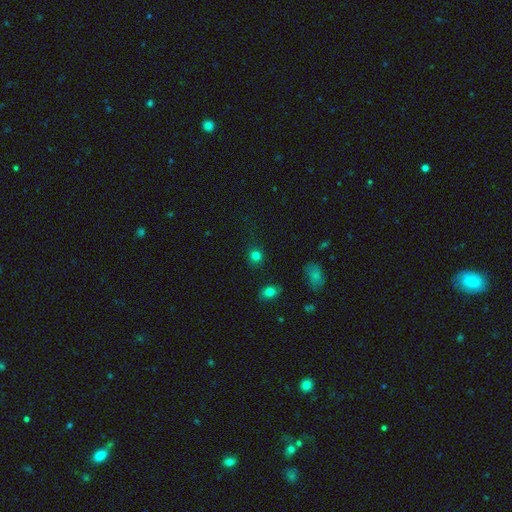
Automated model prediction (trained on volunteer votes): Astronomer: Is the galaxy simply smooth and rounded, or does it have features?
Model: smooth — 80%.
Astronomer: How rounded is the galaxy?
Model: round — 85%.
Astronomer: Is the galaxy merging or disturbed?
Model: none — 84%.